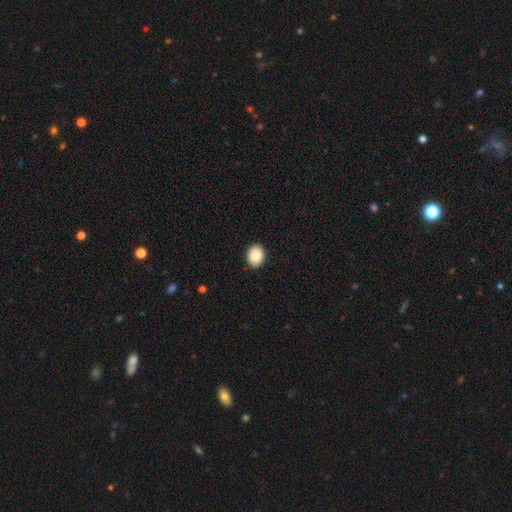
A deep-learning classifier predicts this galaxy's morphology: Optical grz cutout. It shows a smooth galaxy with no disk features (88%) that is in between round and cigar-shaped (54%). Merging: none (90%).